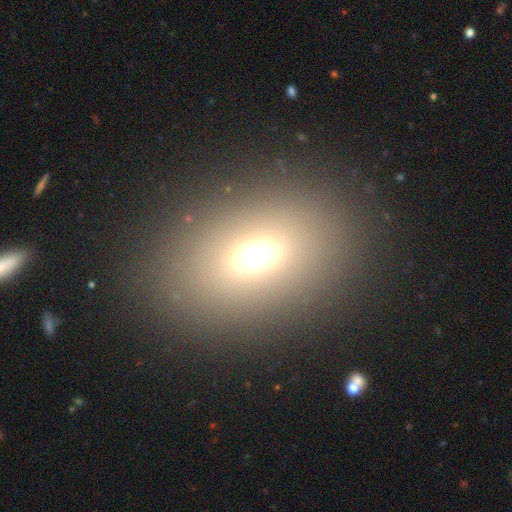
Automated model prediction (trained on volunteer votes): A smooth galaxy with no disk features (63%) that is in between round and cigar-shaped (77%). Merging: none (86%).